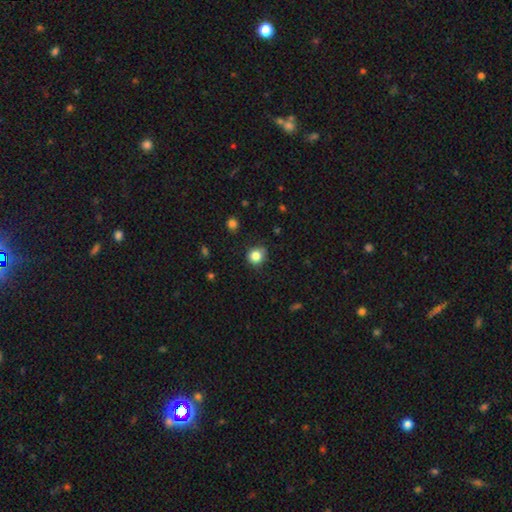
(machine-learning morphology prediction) A smooth galaxy with no disk features (84%) that is round (82%).

Vote fractions:
- Smooth or featured? smooth: 84% / star or artifact: 11% / featured or disk: 6%
- How rounded? round: 82% / in between: 17% / cigar-shaped: 1%
- Merging? none: 76% / minor disturbance: 19% / major disturbance: 4% / merger: 2%